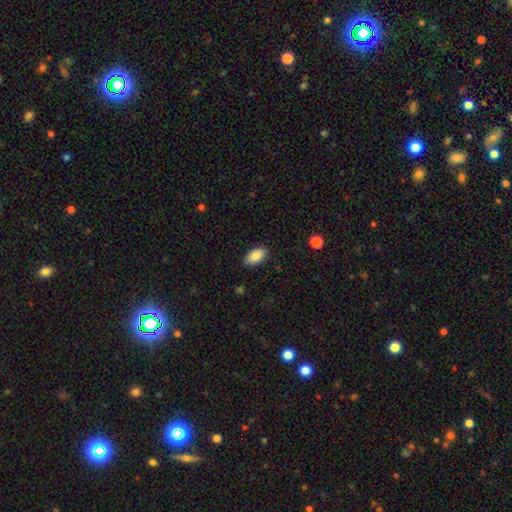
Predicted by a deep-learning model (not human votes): Q: Smooth or featured?
A: smooth (88%); runner-up: star or artifact (7%)
Q: How rounded?
A: in between (94%); runner-up: round (4%)
Q: Merging?
A: none (87%); runner-up: minor disturbance (10%)